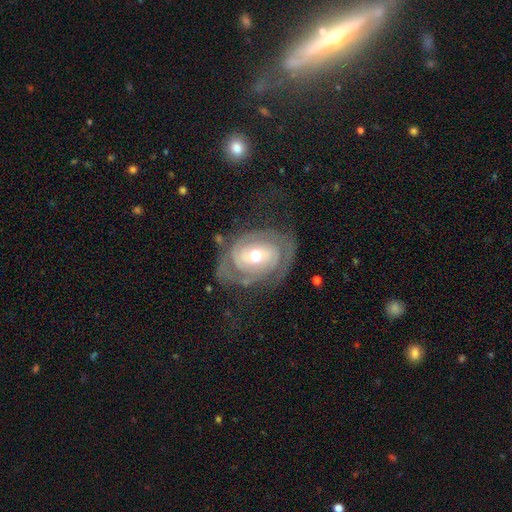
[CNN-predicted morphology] Q: Smooth or featured?
A: featured or disk (85%); runner-up: smooth (10%)
Q: Edge-on disk?
A: no (96%); runner-up: yes (4%)
Q: Bar?
A: no (55%); runner-up: weak (31%)
Q: Spiral arms?
A: yes (90%); runner-up: no (10%)
Q: Spiral winding?
A: tight (67%); runner-up: medium (25%)
Q: Spiral arm count?
A: 2 (54%); runner-up: can't tell (24%)
Q: Bulge size?
A: moderate (63%); runner-up: small (31%)
Q: Merging?
A: none (62%); runner-up: minor disturbance (19%)